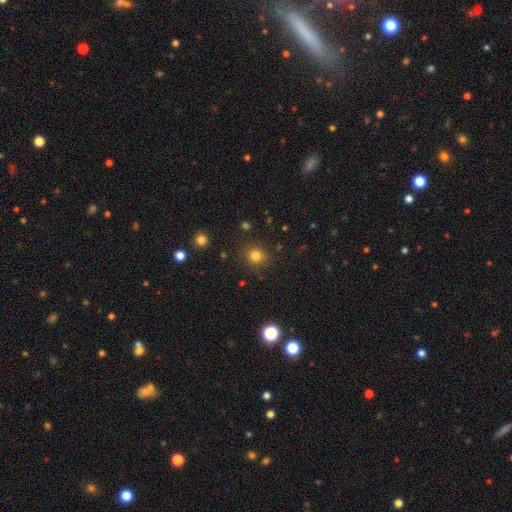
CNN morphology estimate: This appears to be a smooth galaxy with no disk features (81%) that is round (90%). Merging: none (87%).